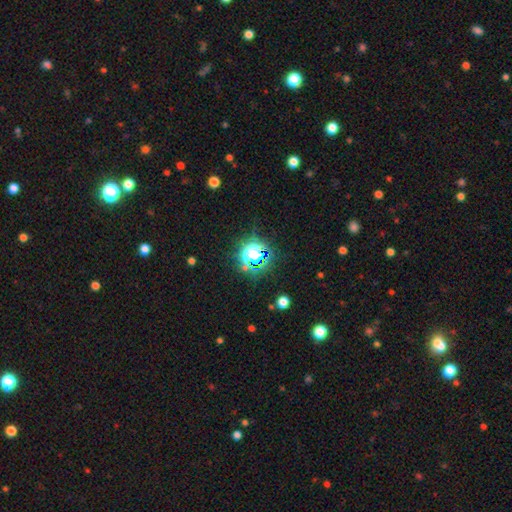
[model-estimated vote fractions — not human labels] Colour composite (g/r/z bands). It shows a star or artifact, not a galaxy (65%).